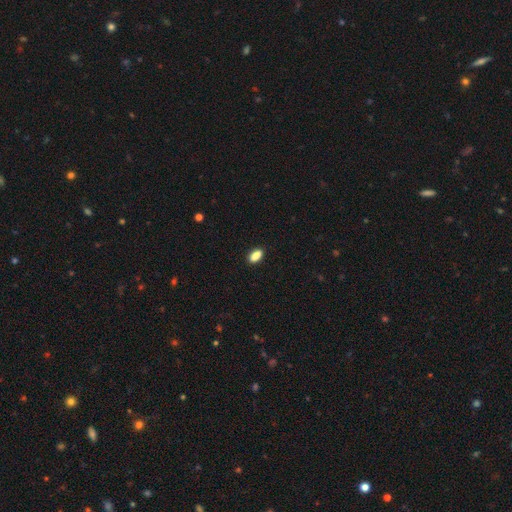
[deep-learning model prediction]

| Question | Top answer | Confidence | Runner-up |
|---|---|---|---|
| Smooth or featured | smooth | 89% | star or artifact (8%) |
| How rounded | in between | 90% | round (5%) |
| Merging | none | 89% | minor disturbance (8%) |